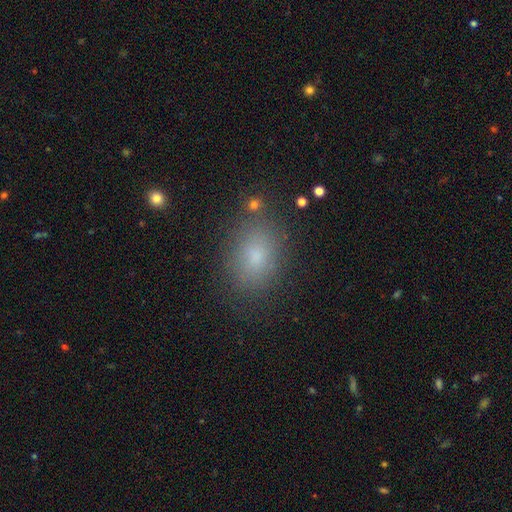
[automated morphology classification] Q: Smooth or featured?
A: smooth (76%); runner-up: star or artifact (14%)
Q: How rounded?
A: in between (74%); runner-up: round (25%)
Q: Merging?
A: none (82%); runner-up: minor disturbance (11%)